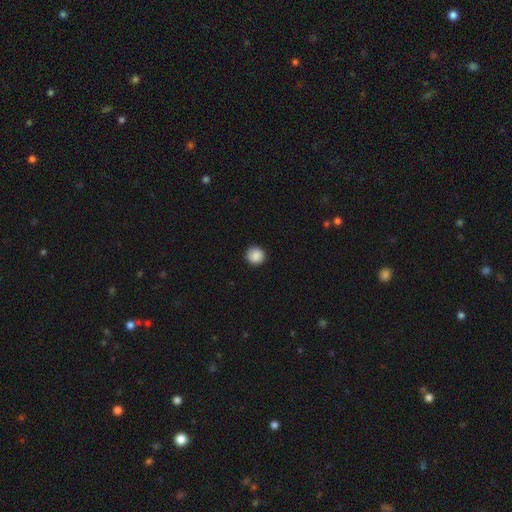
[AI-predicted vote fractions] A smooth galaxy with no disk features (88%) that is round (93%).

Vote fractions:
- Smooth or featured? smooth: 88% / star or artifact: 8% / featured or disk: 3%
- How rounded? round: 93% / in between: 6% / cigar-shaped: 1%
- Merging? none: 90% / minor disturbance: 7% / major disturbance: 2% / merger: 1%